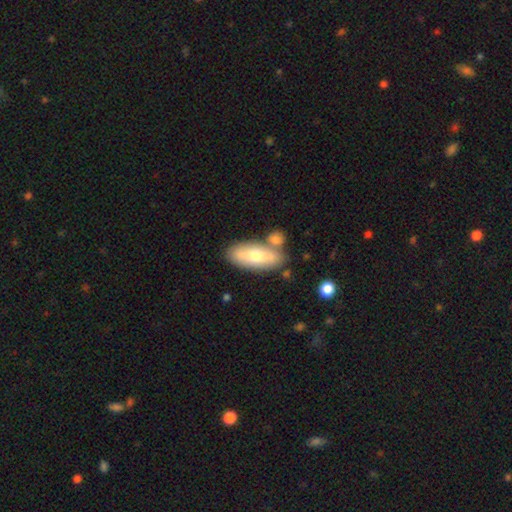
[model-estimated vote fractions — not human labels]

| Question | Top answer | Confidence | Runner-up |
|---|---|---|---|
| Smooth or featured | smooth | 63% | featured or disk (31%) |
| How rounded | in between | 82% | cigar-shaped (15%) |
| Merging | none | 63% | merger (20%) |